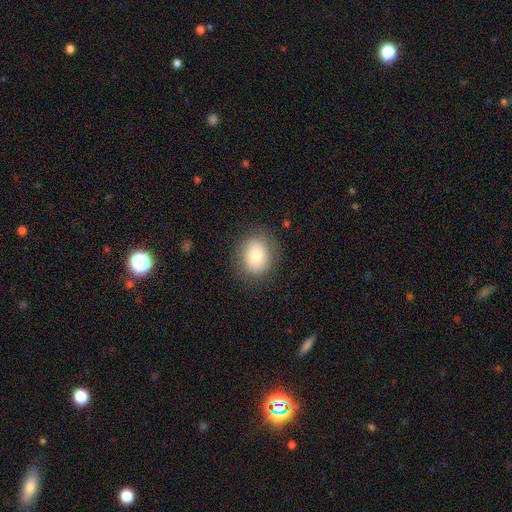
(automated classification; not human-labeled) A smooth galaxy with no disk features (76%) that is round (52%).

Vote fractions:
- Smooth or featured? smooth: 76% / featured or disk: 15% / star or artifact: 9%
- How rounded? round: 52% / in between: 47% / cigar-shaped: 1%
- Merging? none: 82% / minor disturbance: 12% / major disturbance: 5% / merger: 1%